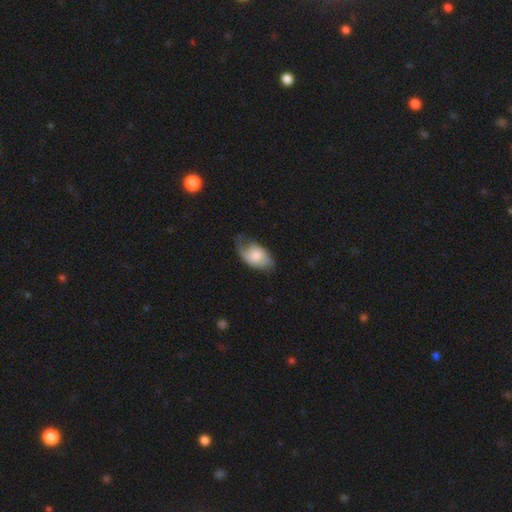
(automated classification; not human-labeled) A smooth galaxy with no disk features (58%) that is in between round and cigar-shaped (91%).

Vote fractions:
- Smooth or featured? smooth: 58% / featured or disk: 36% / star or artifact: 6%
- How rounded? in between: 91% / round: 7% / cigar-shaped: 2%
- Merging? none: 41% / minor disturbance: 37% / major disturbance: 20% / merger: 2%